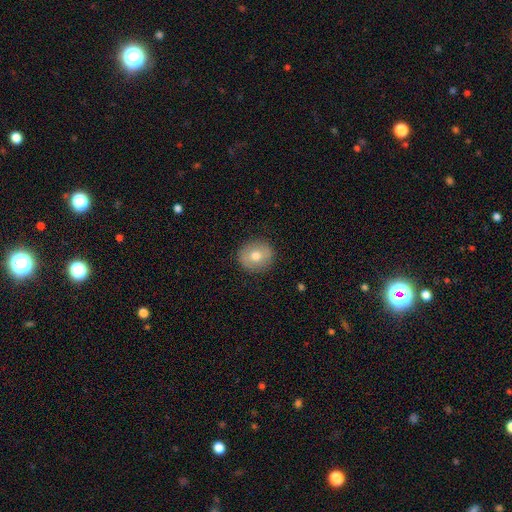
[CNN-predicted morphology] smooth-or-featured: smooth: 71% | featured or disk: 22% | star or artifact: 8%
  how-rounded: round: 84% | in between: 15% | cigar-shaped: 1%
  merging: none: 88% | minor disturbance: 9% | major disturbance: 2% | merger: 1%